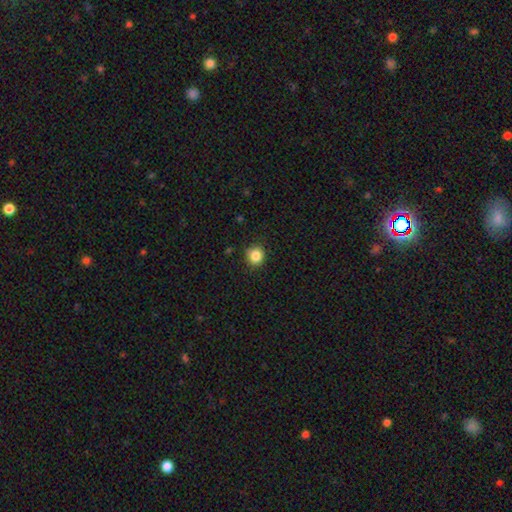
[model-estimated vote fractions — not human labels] Smooth or featured: smooth — 85% (star or artifact — 11%)
How rounded: round — 89% (in between — 10%)
Merging: none — 86% (minor disturbance — 10%)